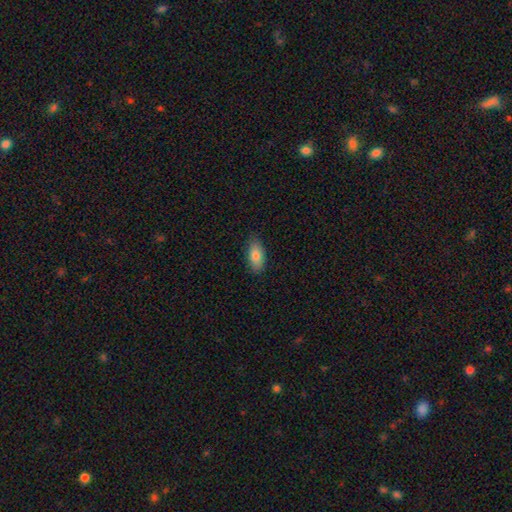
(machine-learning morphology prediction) Smooth or featured: smooth — 80% (featured or disk — 13%)
How rounded: in between — 87% (cigar-shaped — 10%)
Merging: none — 84% (minor disturbance — 13%)